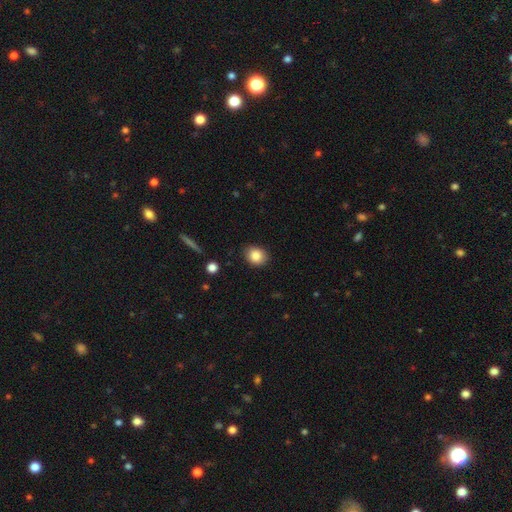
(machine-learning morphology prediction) This appears to be a smooth galaxy with no disk features (85%) that is round (58%). Merging: none (88%).